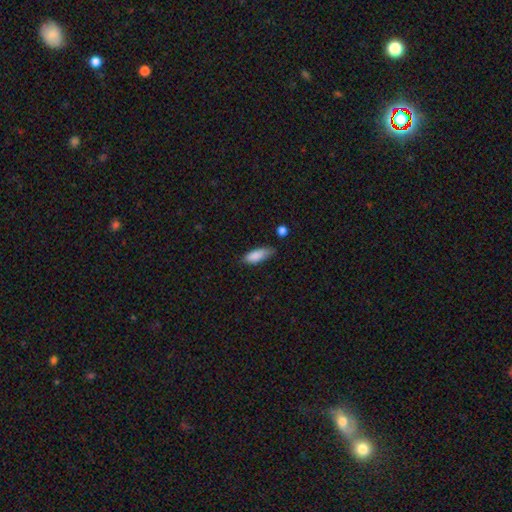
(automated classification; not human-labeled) Smooth or featured? Predicted: smooth (p=0.86). How rounded? Predicted: in between (p=0.69). Merging? Predicted: none (p=0.62).